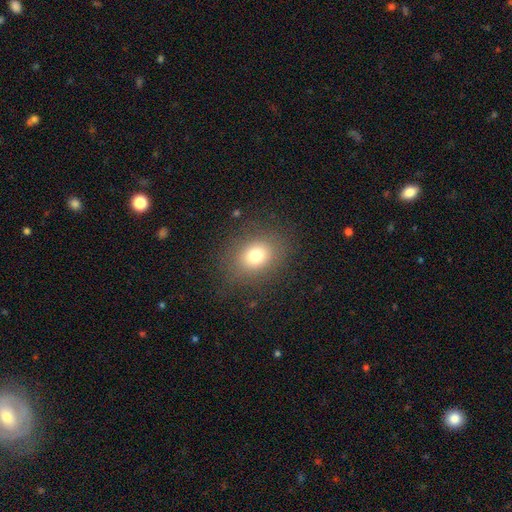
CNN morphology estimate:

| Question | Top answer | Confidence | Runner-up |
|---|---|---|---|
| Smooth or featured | smooth | 76% | star or artifact (13%) |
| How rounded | round | 53% | in between (46%) |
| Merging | none | 82% | minor disturbance (11%) |